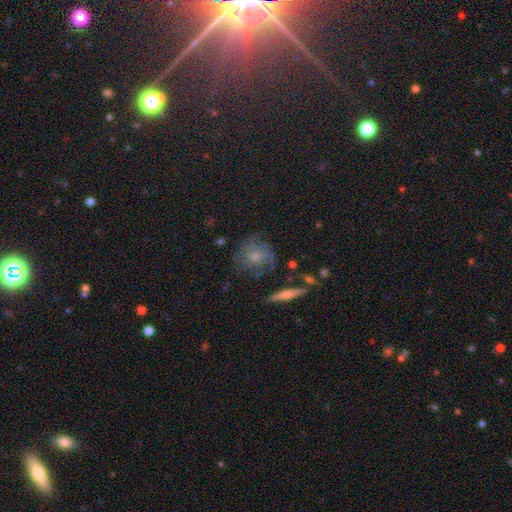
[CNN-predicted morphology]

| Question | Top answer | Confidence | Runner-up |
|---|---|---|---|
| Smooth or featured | smooth | 47% | featured or disk (42%) |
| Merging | none | 64% | minor disturbance (21%) |